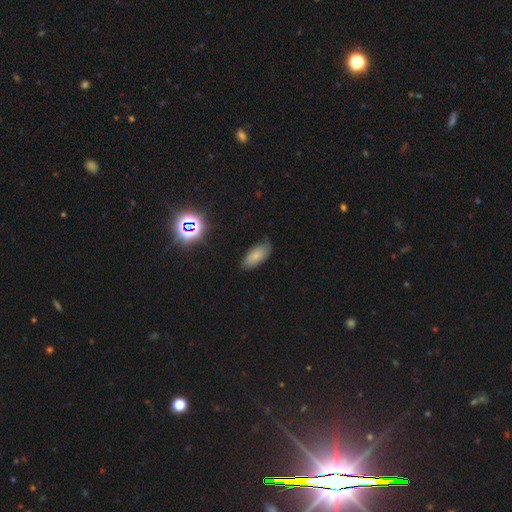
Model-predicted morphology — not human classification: This is likely a smooth galaxy (78%). How rounded: clearly in between (89%). Merging: clearly none (81%).